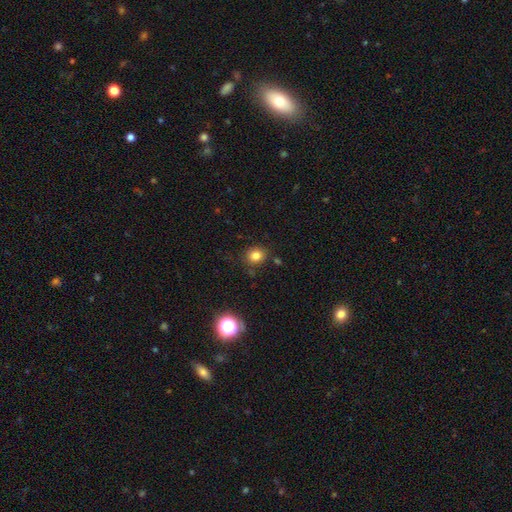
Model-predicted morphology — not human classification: smooth 80%, star or artifact 13%, featured or disk 6%. Down the decision tree: how rounded — round (76%); merging — none (83%).